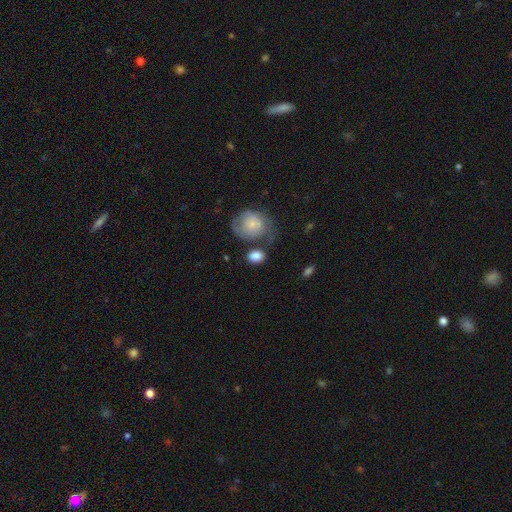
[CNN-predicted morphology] This is likely a smooth galaxy (78%). How rounded: possibly in between (51%). Merging: possibly none (58%).